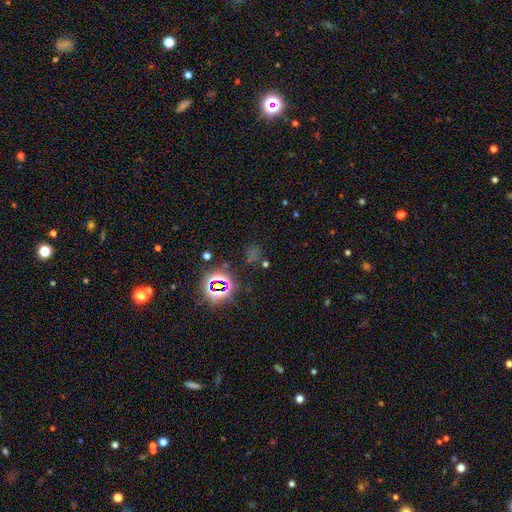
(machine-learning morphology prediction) This is likely a star or artifact rather than a galaxy (72%).